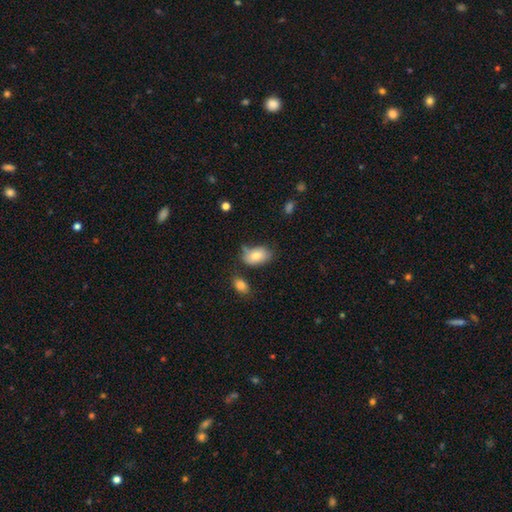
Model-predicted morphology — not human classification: A smooth galaxy with no disk features (78%) that is in between round and cigar-shaped (89%).

Vote fractions:
- Smooth or featured? smooth: 78% / featured or disk: 14% / star or artifact: 8%
- How rounded? in between: 89% / round: 10% / cigar-shaped: 1%
- Merging? none: 59% / minor disturbance: 26% / merger: 9% / major disturbance: 7%